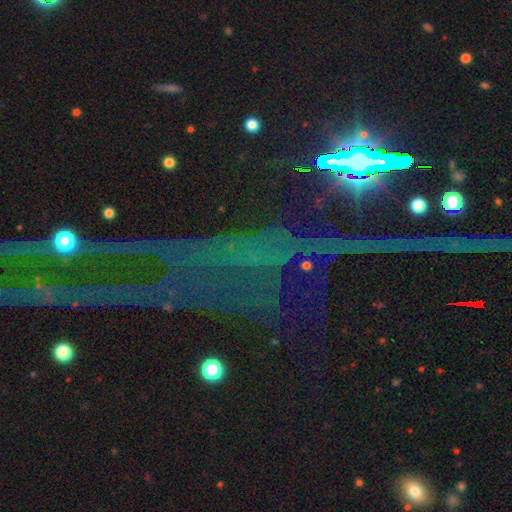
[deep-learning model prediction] Morphology: type=star or artifact (79%).